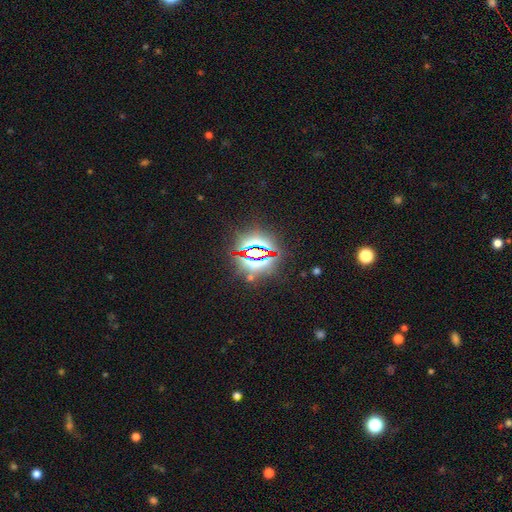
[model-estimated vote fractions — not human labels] smooth-or-featured: star or artifact: 79% | smooth: 13% | featured or disk: 8%